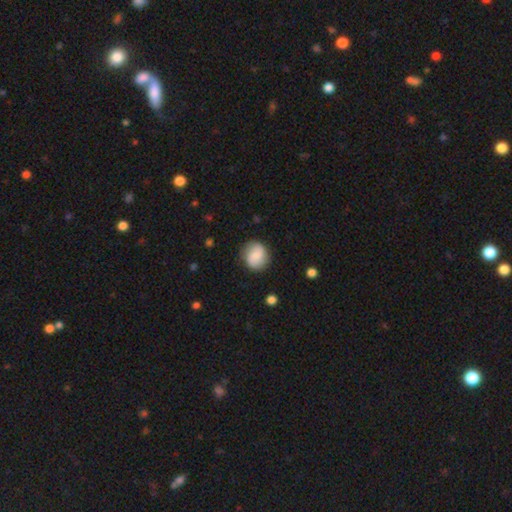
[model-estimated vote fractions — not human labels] The model was most divided on "smooth or featured": smooth: 75%, featured or disk: 18%, star or artifact: 7%. More confident: merging — none (82%); how rounded — round (81%).